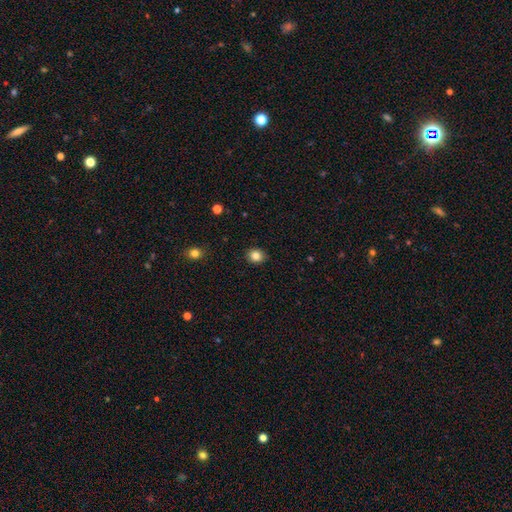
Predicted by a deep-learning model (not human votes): Smooth or featured? Predicted: smooth (p=0.84). How rounded? Predicted: round (p=0.69). Merging? Predicted: none (p=0.89).